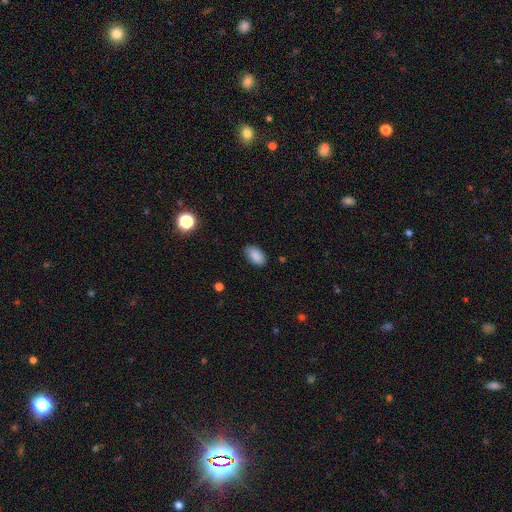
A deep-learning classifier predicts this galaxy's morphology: This appears to be a smooth galaxy with no disk features (87%) that is in between round and cigar-shaped (94%). Merging: none (81%).